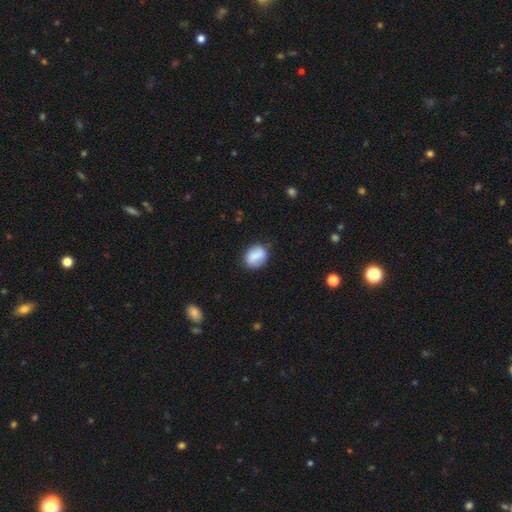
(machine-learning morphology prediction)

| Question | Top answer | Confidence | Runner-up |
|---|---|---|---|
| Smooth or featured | smooth | 75% | featured or disk (17%) |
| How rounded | in between | 55% | round (44%) |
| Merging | none | 76% | minor disturbance (18%) |